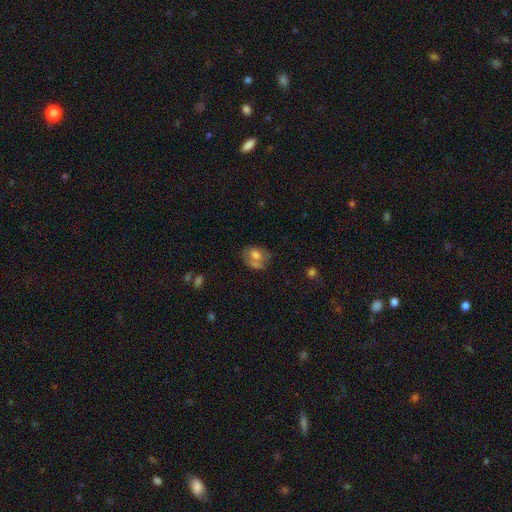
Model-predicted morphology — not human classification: Overall: smooth (59%; featured or disk 32%). How rounded: in between (56%; round 43%). Merging: none (42%; minor disturbance 25%).